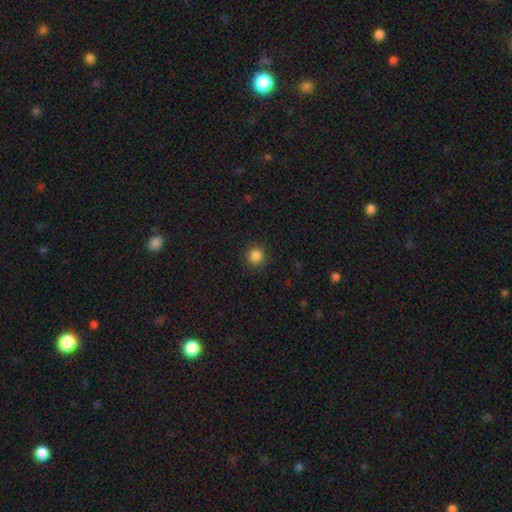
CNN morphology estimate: Smooth or featured: smooth — 86% (star or artifact — 11%)
How rounded: round — 93% (in between — 7%)
Merging: none — 91% (minor disturbance — 6%)